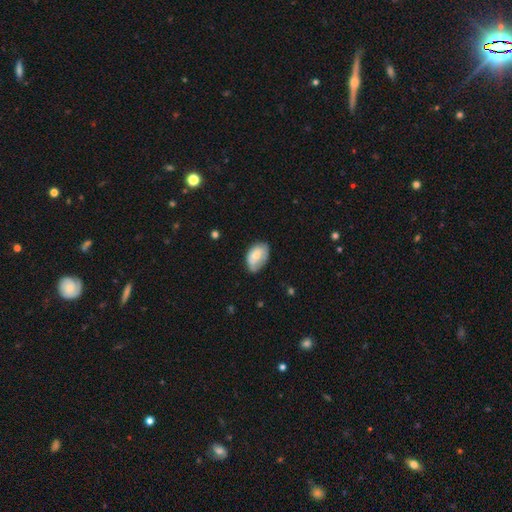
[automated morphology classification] type=smooth (70%); roundness=in between (91%); merging=none (53%).